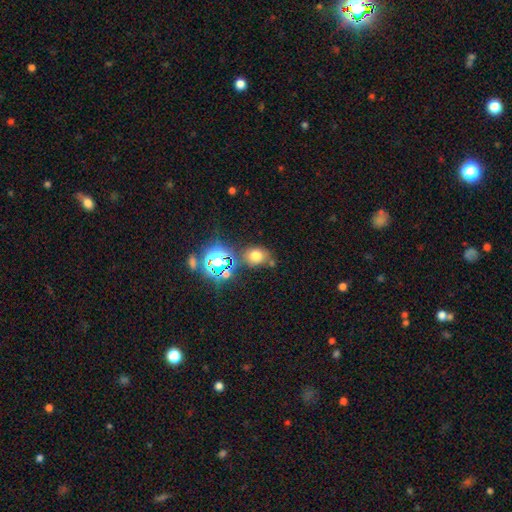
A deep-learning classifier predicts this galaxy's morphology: smooth 65%, star or artifact 25%, featured or disk 10%. Down the decision tree: how rounded — round (54%); merging — none (68%).